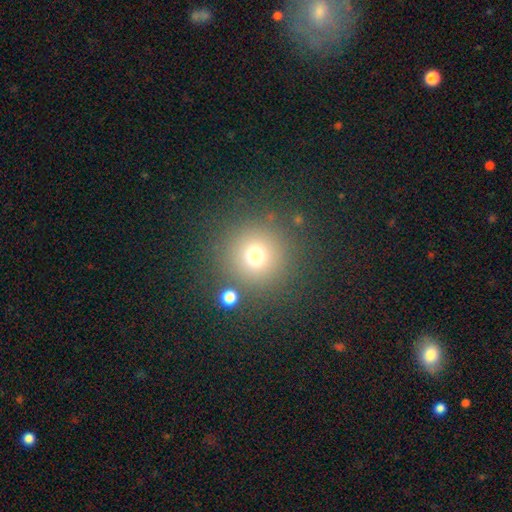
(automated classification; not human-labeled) smooth_or_featured: smooth (p=0.71) [alt: star or artifact p=0.19]
how_rounded: round (p=0.95) [alt: in between p=0.04]
merging: none (p=0.83) [alt: minor disturbance p=0.07]